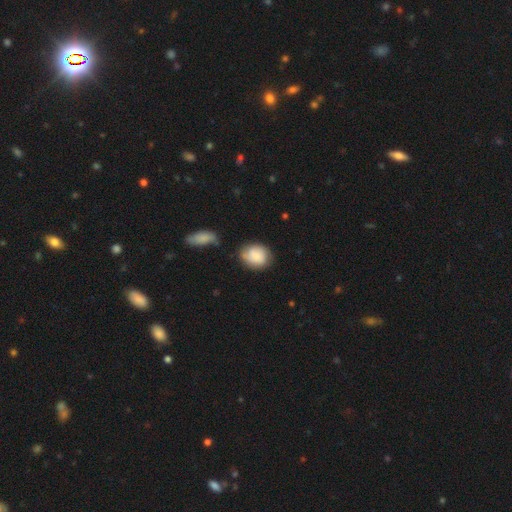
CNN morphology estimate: smooth_or_featured: smooth (p=0.77) [alt: featured or disk p=0.15]
how_rounded: round (p=0.52) [alt: in between p=0.47]
merging: none (p=0.64) [alt: minor disturbance p=0.23]